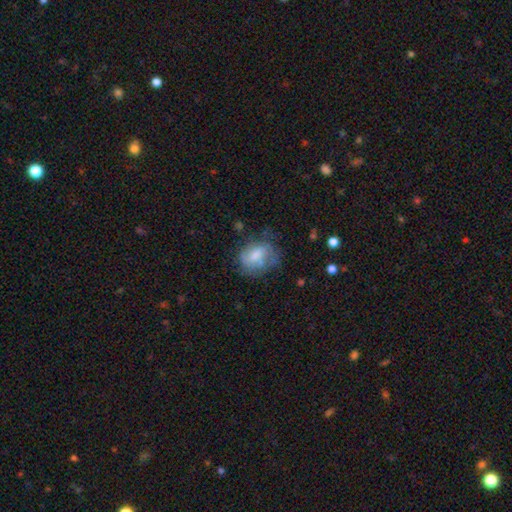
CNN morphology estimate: A smooth galaxy with no disk features (61%) that is in between round and cigar-shaped (63%).

Vote fractions:
- Smooth or featured? smooth: 61% / featured or disk: 30% / star or artifact: 9%
- How rounded? in between: 63% / round: 35% / cigar-shaped: 1%
- Merging? none: 45% / minor disturbance: 29% / major disturbance: 20% / merger: 6%